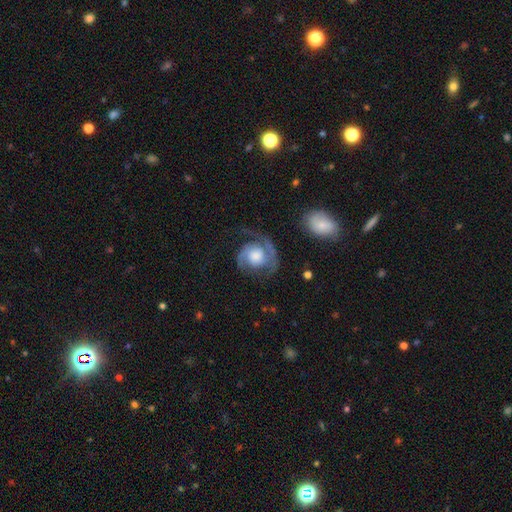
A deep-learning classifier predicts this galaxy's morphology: This appears to be a featured or disk galaxy (81%) with no bar (73%), 2 (77%) medium (46%) spiral arms (95%) and a large central bulge (46%). Merging: none (59%).